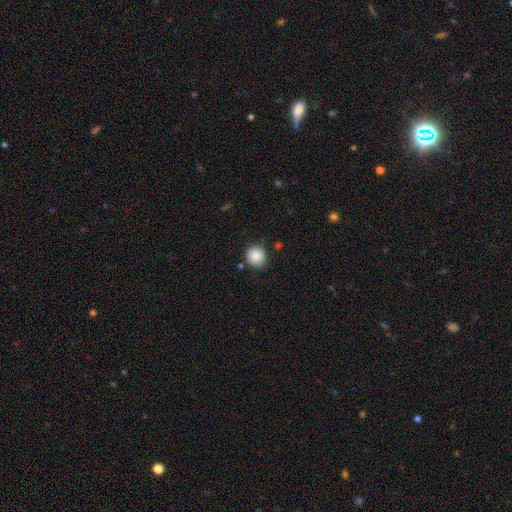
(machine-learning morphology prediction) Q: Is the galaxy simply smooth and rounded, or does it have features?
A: smooth — 88%.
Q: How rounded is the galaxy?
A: round — 87%.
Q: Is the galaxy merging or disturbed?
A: none — 82%.